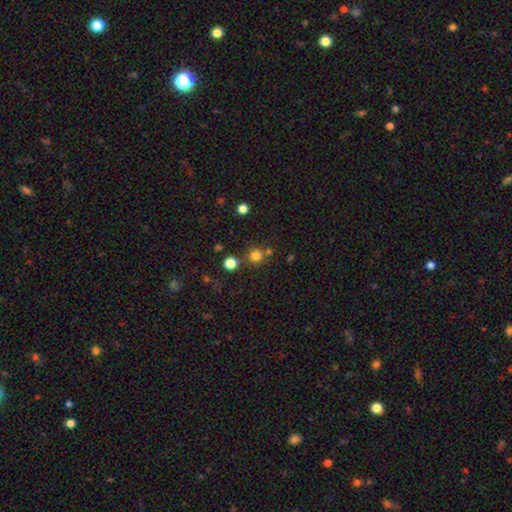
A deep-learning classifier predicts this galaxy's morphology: The model was most divided on "smooth or featured": smooth: 78%, star or artifact: 17%, featured or disk: 5%. More confident: how rounded — round (92%); merging — none (75%).